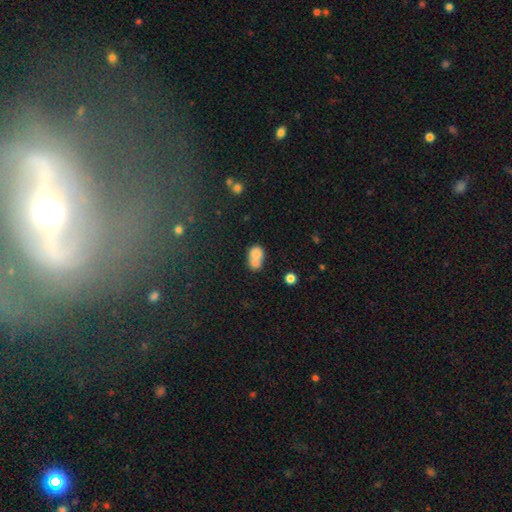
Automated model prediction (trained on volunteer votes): smooth 74%, featured or disk 15%, star or artifact 10%. Down the decision tree: how rounded — in between (62%); merging — merger (58%).